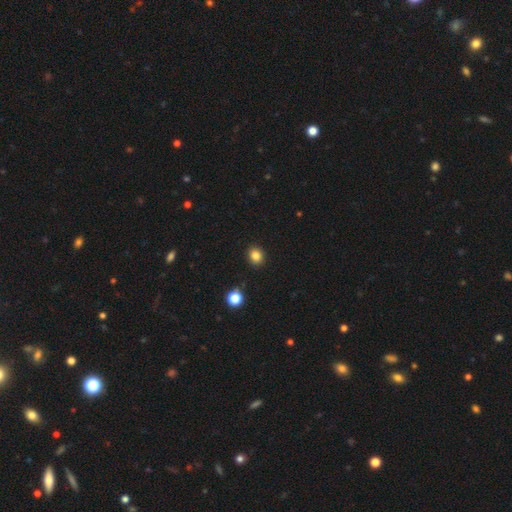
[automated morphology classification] type=smooth (84%); roundness=round (73%); merging=none (90%).